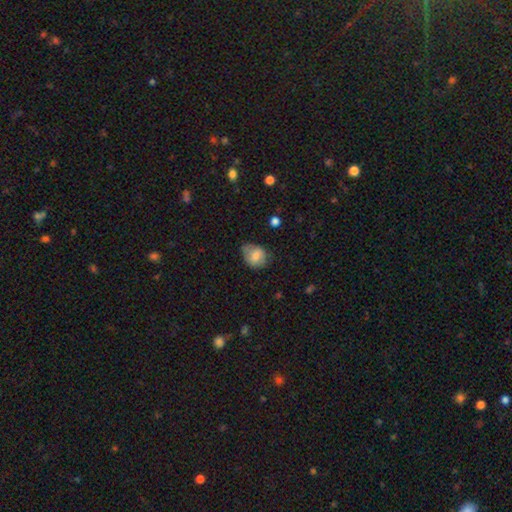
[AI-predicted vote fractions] This appears to be a smooth galaxy with no disk features (75%) that is in between round and cigar-shaped (51%). Merging: none (54%).